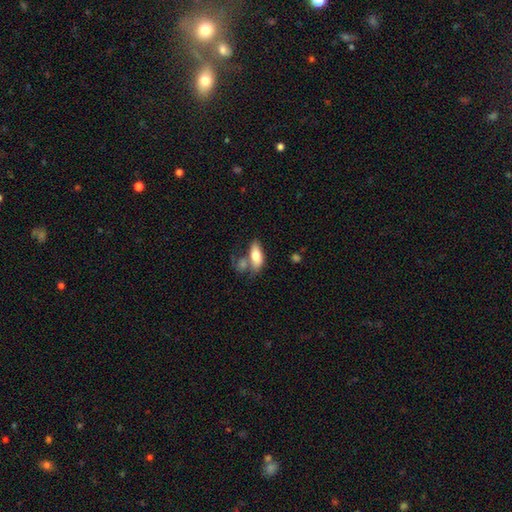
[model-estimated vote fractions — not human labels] Smooth or featured: smooth — 73% (featured or disk — 21%)
How rounded: in between — 82% (cigar-shaped — 15%)
Merging: none — 43% (merger — 32%)